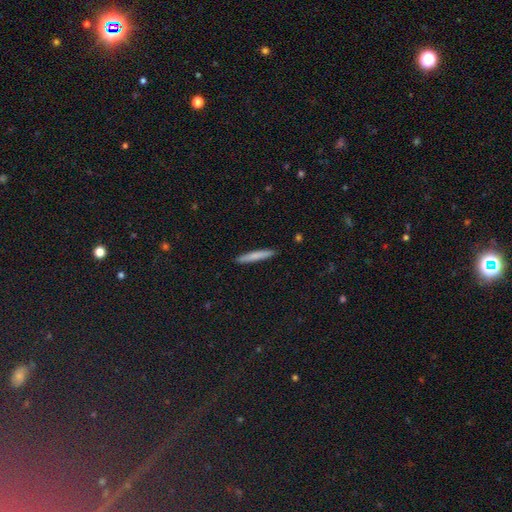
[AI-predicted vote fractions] smooth-or-featured: smooth: 74% | featured or disk: 19% | star or artifact: 7%
  how-rounded: cigar-shaped: 95% | in between: 3% | round: 1%
  merging: none: 91% | minor disturbance: 6% | major disturbance: 1% | merger: 1%